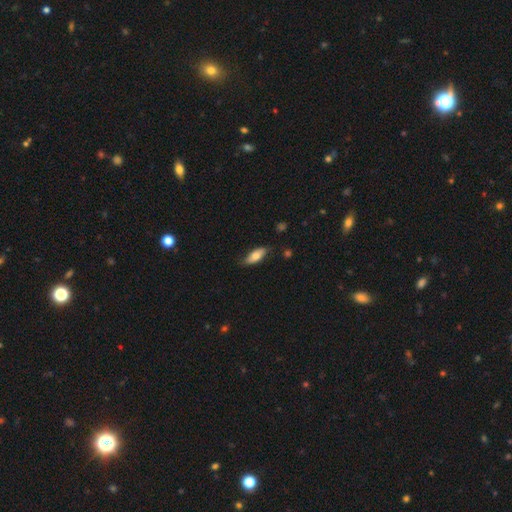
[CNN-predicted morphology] Smooth or featured? smooth (72%)
How rounded? in between (78%)
Merging? none (77%)